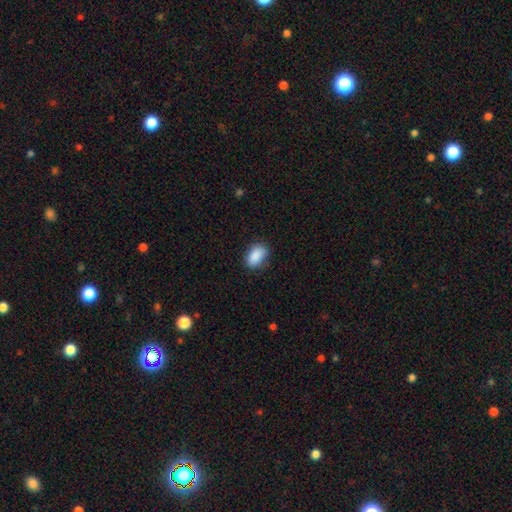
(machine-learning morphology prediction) Smooth or featured? smooth (89%)
How rounded? in between (90%)
Merging? none (82%)